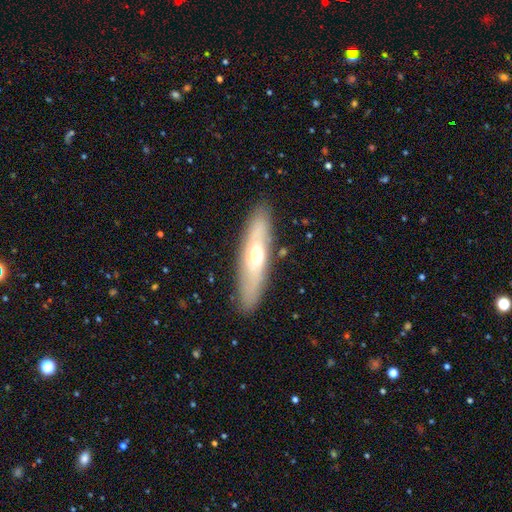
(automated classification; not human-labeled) The model was most divided on "edge-on disk" (2-way tie): yes: 50%, no: 50%. More confident: merging — none (86%); smooth or featured — featured or disk (50%).